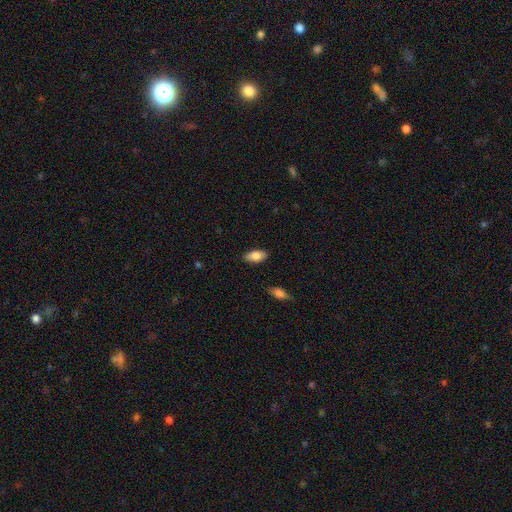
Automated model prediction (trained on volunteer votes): The model was most divided on "smooth or featured": smooth: 84%, featured or disk: 10%, star or artifact: 7%. More confident: how rounded — in between (91%); merging — none (86%).